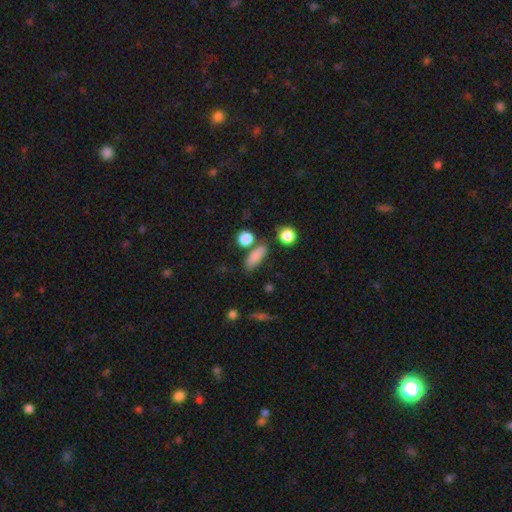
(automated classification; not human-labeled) This is clearly a smooth galaxy (83%). How rounded: likely in between (63%). Merging: likely none (72%).